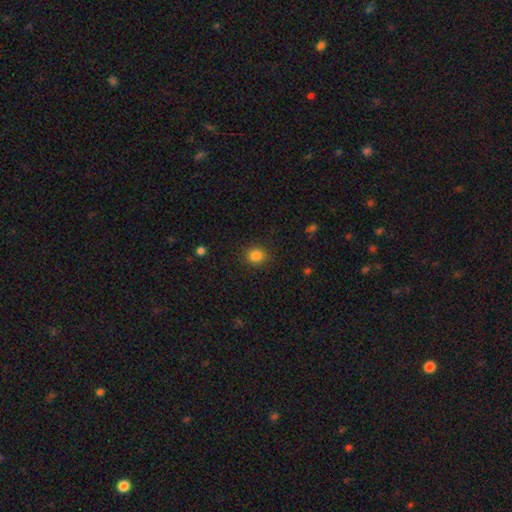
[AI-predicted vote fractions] smooth_or_featured: smooth (p=0.85) [alt: star or artifact p=0.12]
how_rounded: round (p=0.75) [alt: in between p=0.24]
merging: none (p=0.87) [alt: minor disturbance p=0.08]